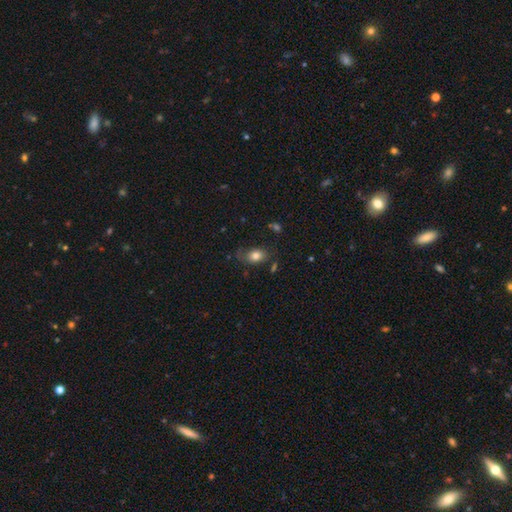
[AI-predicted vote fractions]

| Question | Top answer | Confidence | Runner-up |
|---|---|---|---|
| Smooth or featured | smooth | 79% | featured or disk (12%) |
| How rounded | in between | 79% | round (20%) |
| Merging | none | 63% | minor disturbance (23%) |